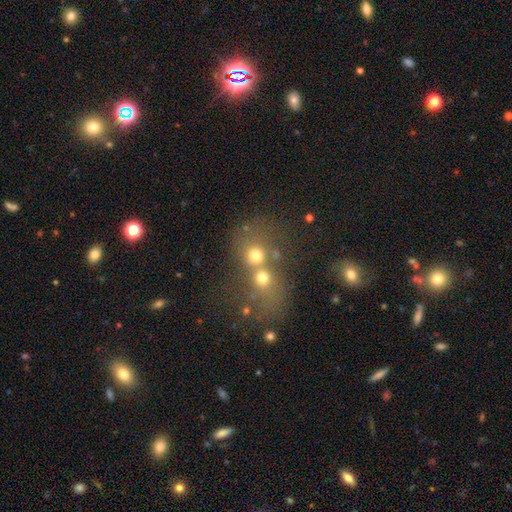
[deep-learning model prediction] Q: Smooth or featured?
A: smooth (65%); runner-up: star or artifact (18%)
Q: How rounded?
A: round (74%); runner-up: in between (25%)
Q: Merging?
A: merger (59%); runner-up: none (29%)